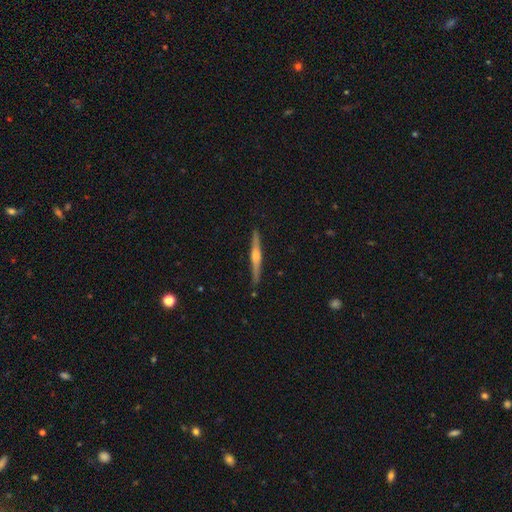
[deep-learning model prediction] This is likely a featured or disk galaxy (71%). It is clearly viewed edge-on (98%). Edge-on bulge: clearly rounded (83%). Merging: clearly none (90%).